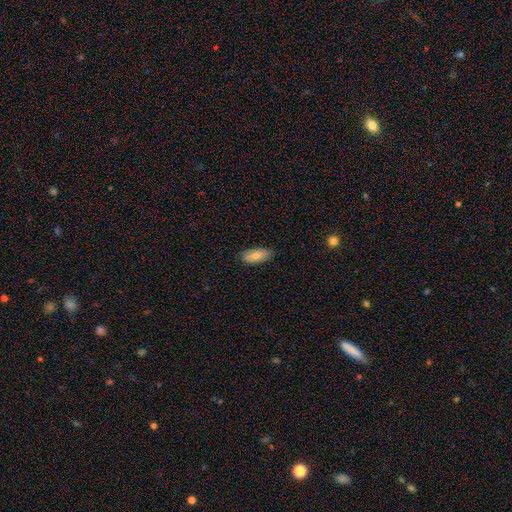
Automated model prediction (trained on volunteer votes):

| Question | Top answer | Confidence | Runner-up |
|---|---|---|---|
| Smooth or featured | smooth | 79% | featured or disk (15%) |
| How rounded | in between | 84% | cigar-shaped (14%) |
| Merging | none | 84% | minor disturbance (12%) |